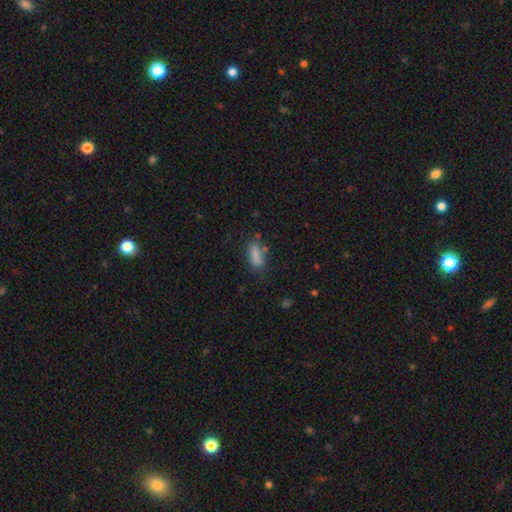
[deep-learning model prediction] Smooth or featured: smooth — 83% (star or artifact — 9%)
How rounded: in between — 71% (cigar-shaped — 26%)
Merging: none — 70% (minor disturbance — 18%)